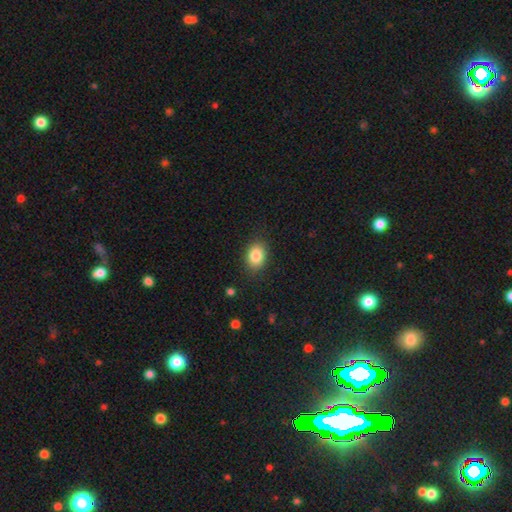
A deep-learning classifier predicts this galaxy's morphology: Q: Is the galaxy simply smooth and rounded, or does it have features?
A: smooth — 85%.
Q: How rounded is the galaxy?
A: in between — 71%.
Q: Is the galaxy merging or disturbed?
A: none — 85%.